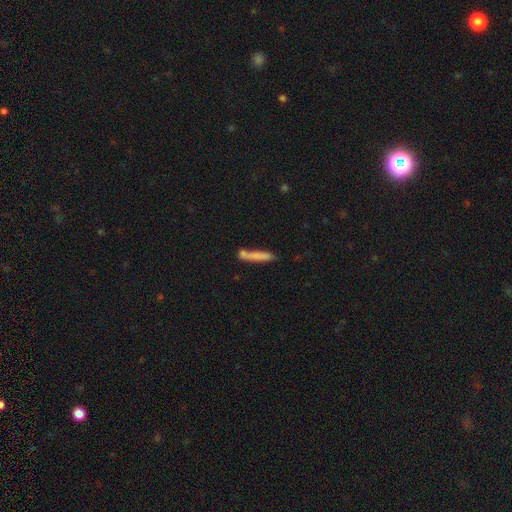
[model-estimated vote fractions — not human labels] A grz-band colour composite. It shows a smooth galaxy with no disk features (74%) that is cigar-shaped (92%). Merging: none (66%).